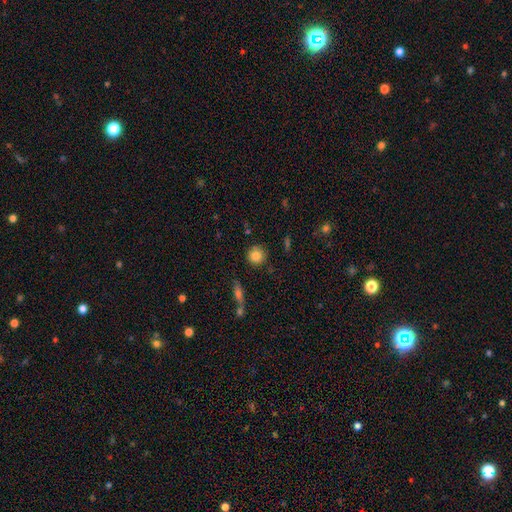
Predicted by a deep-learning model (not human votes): A smooth galaxy with no disk features (83%) that is round (92%).

Vote fractions:
- Smooth or featured? smooth: 83% / star or artifact: 9% / featured or disk: 8%
- How rounded? round: 92% / in between: 7% / cigar-shaped: 1%
- Merging? none: 85% / minor disturbance: 9% / merger: 3% / major disturbance: 2%